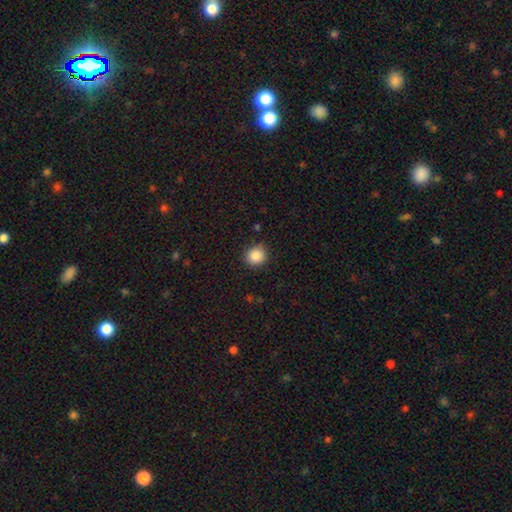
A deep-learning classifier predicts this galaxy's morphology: Smooth or featured: smooth — 87% (star or artifact — 9%)
How rounded: round — 88% (in between — 11%)
Merging: none — 88% (minor disturbance — 9%)